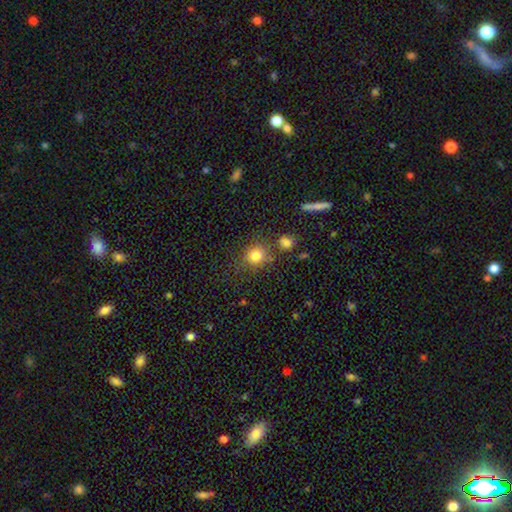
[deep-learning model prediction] smooth 81%, star or artifact 13%, featured or disk 7%. Down the decision tree: how rounded — round (78%); merging — none (74%).